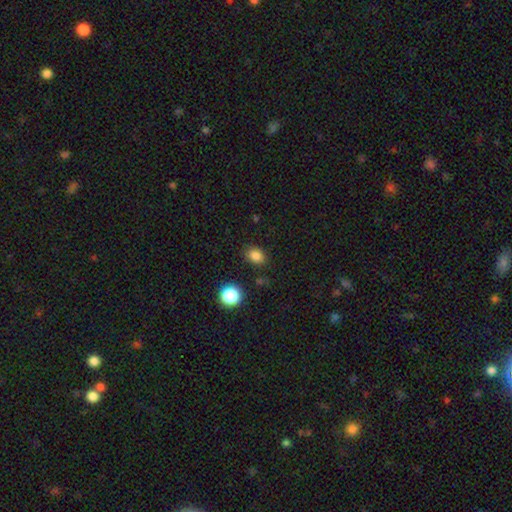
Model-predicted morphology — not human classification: A smooth galaxy with no disk features (84%) that is in between round and cigar-shaped (59%). Merging: none (84%).